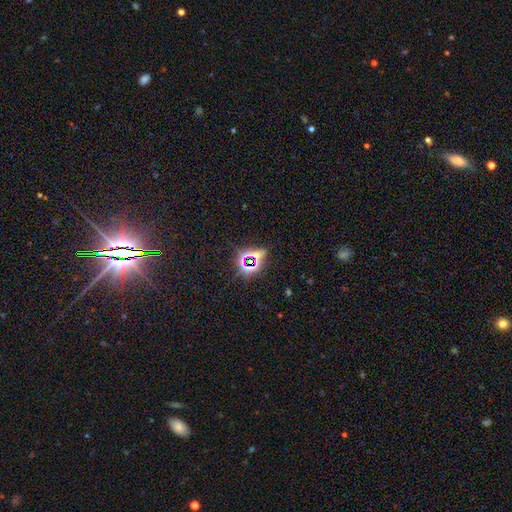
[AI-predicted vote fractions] Q: Smooth or featured?
A: star or artifact (73%); runner-up: smooth (18%)